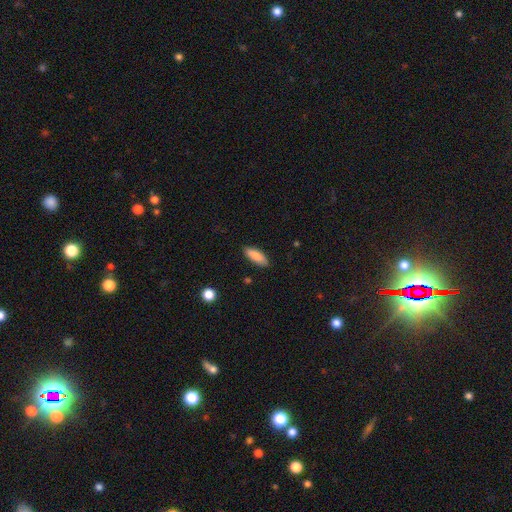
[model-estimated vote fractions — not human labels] This appears to be a smooth galaxy with no disk features (86%) that is in between round and cigar-shaped (66%). Merging: none (87%).